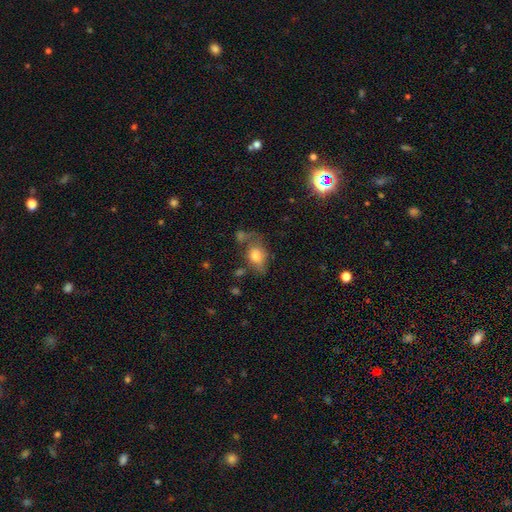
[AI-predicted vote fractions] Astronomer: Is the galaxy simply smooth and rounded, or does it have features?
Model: smooth — 69%.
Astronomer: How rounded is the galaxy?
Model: in between — 78%.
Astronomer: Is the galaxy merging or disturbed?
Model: none — 39% (runner-up: minor disturbance, 25%).